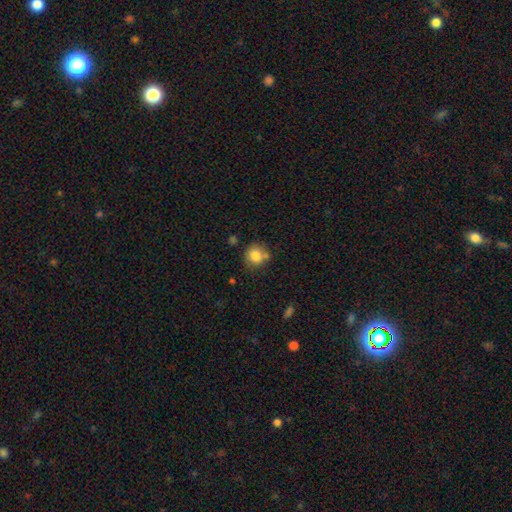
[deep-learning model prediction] Q: Smooth or featured?
A: smooth (82%); runner-up: star or artifact (10%)
Q: How rounded?
A: round (86%); runner-up: in between (13%)
Q: Merging?
A: none (68%); runner-up: minor disturbance (15%)